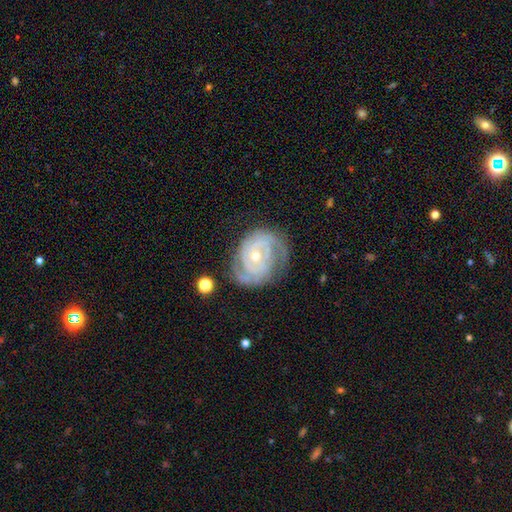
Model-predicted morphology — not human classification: A featured or disk galaxy (87%) with no bar (68%), 2 (45%) tight (67%) spiral arms (95%) and a small central bulge (56%). Merging: none (68%).